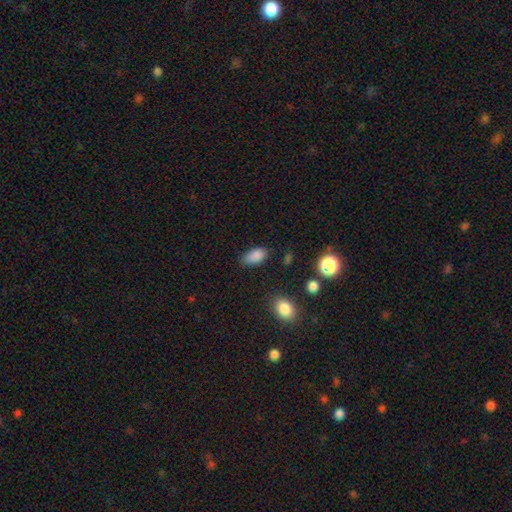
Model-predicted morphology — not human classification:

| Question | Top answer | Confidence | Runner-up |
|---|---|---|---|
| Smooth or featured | smooth | 86% | star or artifact (9%) |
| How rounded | in between | 92% | round (5%) |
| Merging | none | 74% | minor disturbance (20%) |